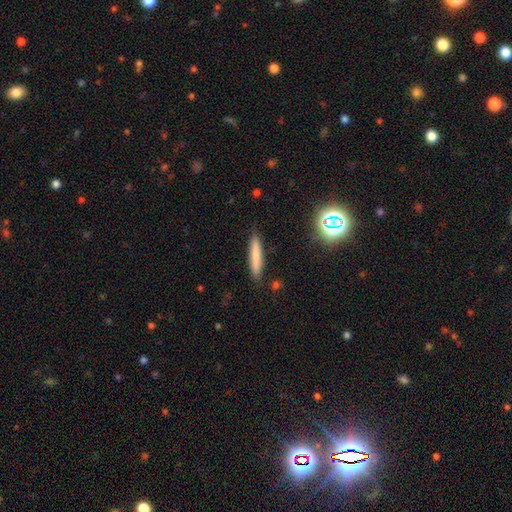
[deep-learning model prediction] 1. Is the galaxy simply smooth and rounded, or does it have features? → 75% smooth, 16% featured or disk, 9% star or artifact.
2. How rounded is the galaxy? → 92% cigar-shaped, 7% in between, 1% round.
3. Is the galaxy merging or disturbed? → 89% none, 8% minor disturbance, 2% major disturbance, 1% merger.